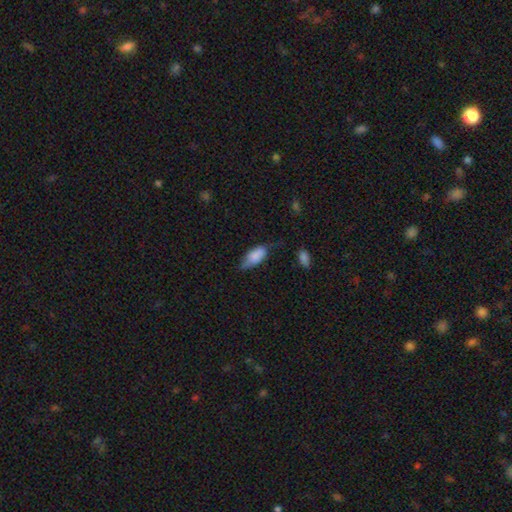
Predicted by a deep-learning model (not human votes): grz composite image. It shows a smooth galaxy with no disk features (80%) that is in between round and cigar-shaped (86%). Merging: none (44%).